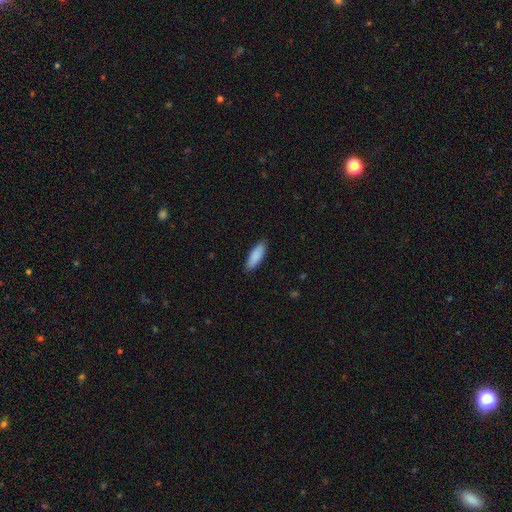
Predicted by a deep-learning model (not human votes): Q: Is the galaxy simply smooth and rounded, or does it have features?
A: smooth — 89%.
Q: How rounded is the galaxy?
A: in between — 60%.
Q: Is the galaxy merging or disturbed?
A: none — 88%.